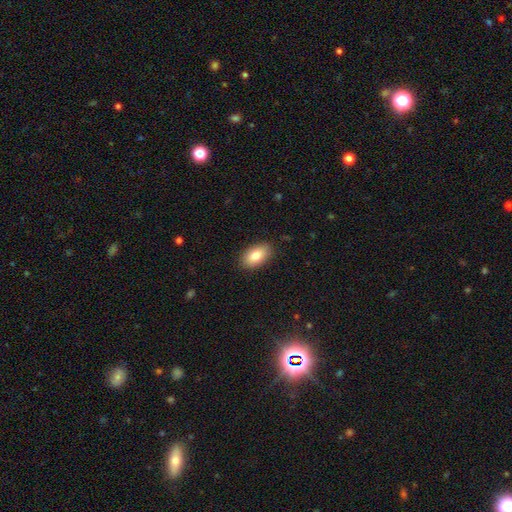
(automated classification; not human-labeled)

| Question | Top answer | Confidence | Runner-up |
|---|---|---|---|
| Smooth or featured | smooth | 82% | featured or disk (11%) |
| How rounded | in between | 92% | round (5%) |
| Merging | none | 88% | minor disturbance (9%) |